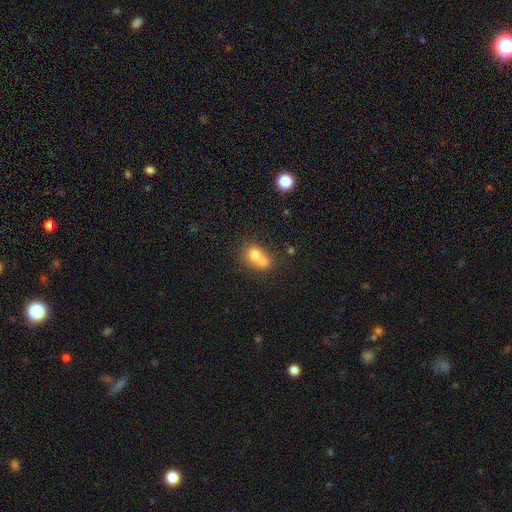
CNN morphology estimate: A smooth galaxy with no disk features (70%) that is round (73%). Merging: merger (67%).